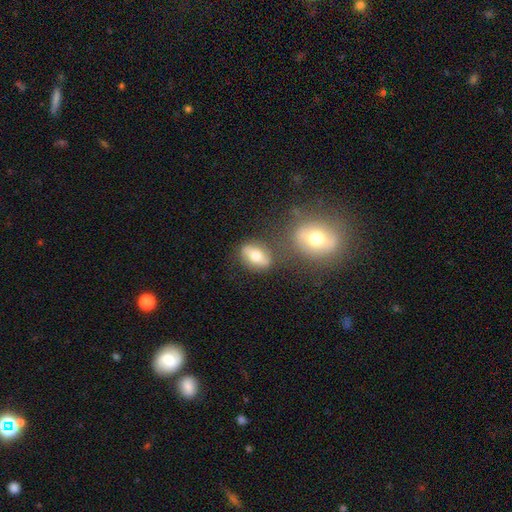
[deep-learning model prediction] Smooth or featured?
  - smooth: 62% *
  - featured or disk: 29%
  - star or artifact: 9%
How rounded?
  - in between: 77% *
  - round: 15%
  - cigar-shaped: 7%
Merging?
  - none: 70% *
  - minor disturbance: 14%
  - merger: 12%
  - major disturbance: 5%